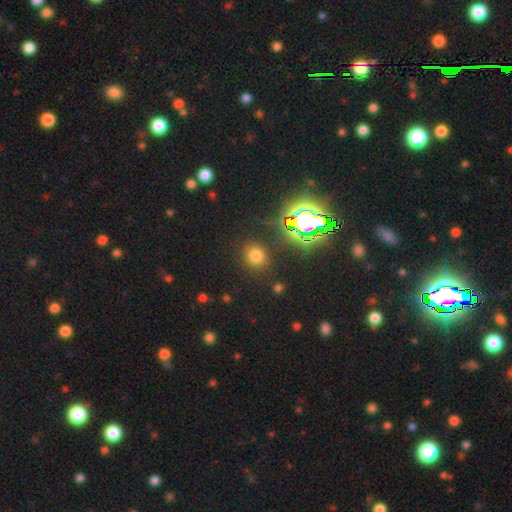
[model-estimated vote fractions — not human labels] A smooth galaxy with no disk features (68%) that is round (78%).

Vote fractions:
- Smooth or featured? smooth: 68% / star or artifact: 26% / featured or disk: 6%
- How rounded? round: 78% / in between: 21% / cigar-shaped: 1%
- Merging? none: 86% / minor disturbance: 8% / major disturbance: 3% / merger: 2%